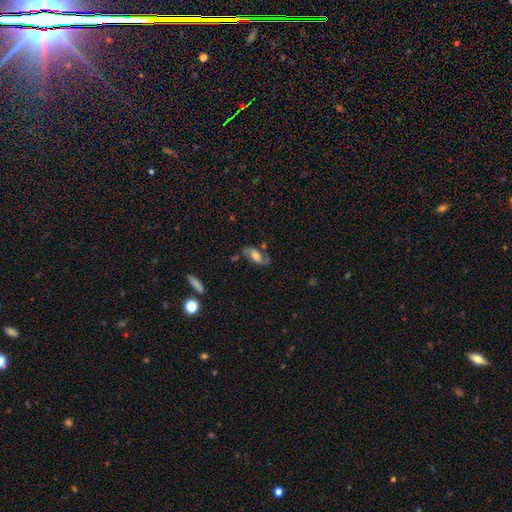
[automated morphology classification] Smooth or featured?
  - featured or disk: 65% *
  - smooth: 27%
  - star or artifact: 8%
Edge-on disk?
  - no: 92% *
  - yes: 8%
Bar?
  - no: 48% *
  - weak: 36%
  - strong: 16%
Spiral arms?
  - yes: 89% *
  - no: 11%
Spiral winding?
  - loose: 49% *
  - medium: 37%
  - tight: 14%
Spiral arm count?
  - 2: 89% *
  - can't tell: 5%
  - 1: 3%
  - 3: 1%
  - 4: 1%
  - more than 4: 1%
Bulge size?
  - moderate: 46% *
  - large: 28%
  - small: 17%
  - none: 6%
  - dominant: 3%
Merging?
  - none: 65% *
  - minor disturbance: 21%
  - major disturbance: 9%
  - merger: 6%